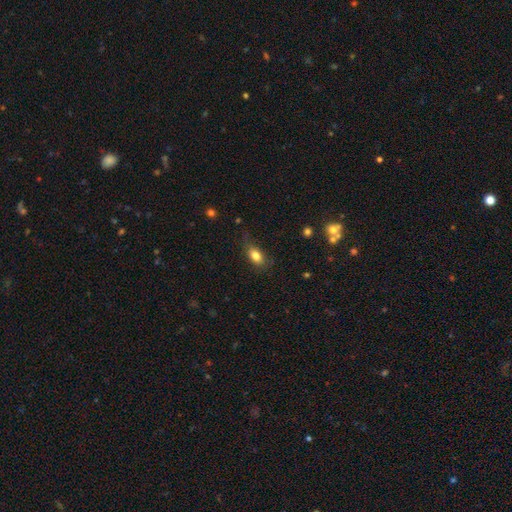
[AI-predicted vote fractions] smooth_or_featured: smooth (p=0.81) [alt: featured or disk p=0.10]
how_rounded: in between (p=0.86) [alt: round p=0.08]
merging: none (p=0.69) [alt: minor disturbance p=0.22]